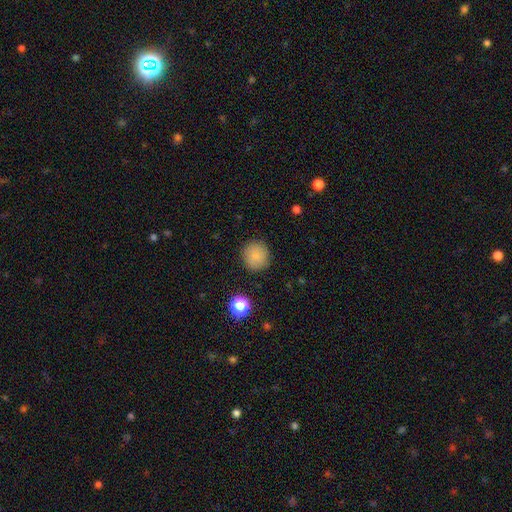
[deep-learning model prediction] smooth_or_featured: smooth (p=0.82) [alt: star or artifact p=0.11]
how_rounded: round (p=0.92) [alt: in between p=0.07]
merging: none (p=0.88) [alt: minor disturbance p=0.08]